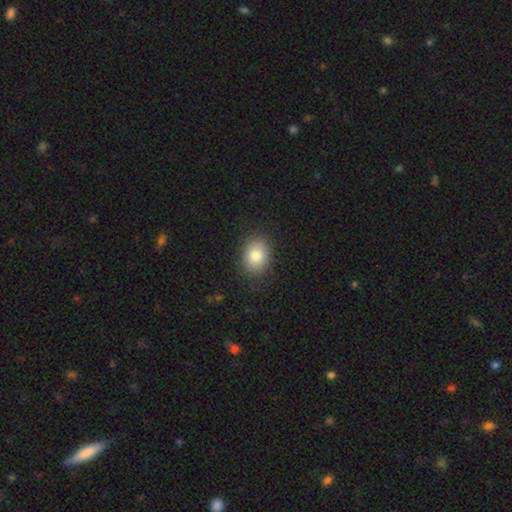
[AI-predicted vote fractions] Q: Smooth or featured?
A: smooth (84%); runner-up: star or artifact (9%)
Q: How rounded?
A: in between (57%); runner-up: round (42%)
Q: Merging?
A: none (86%); runner-up: minor disturbance (10%)